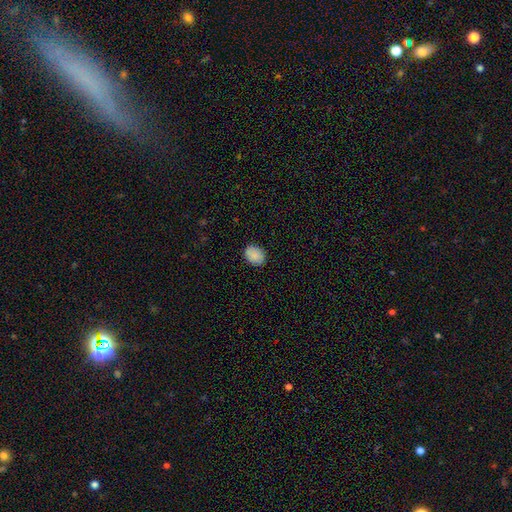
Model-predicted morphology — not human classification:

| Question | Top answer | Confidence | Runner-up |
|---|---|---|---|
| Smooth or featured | smooth | 88% | star or artifact (7%) |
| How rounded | in between | 64% | round (35%) |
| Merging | none | 87% | minor disturbance (10%) |